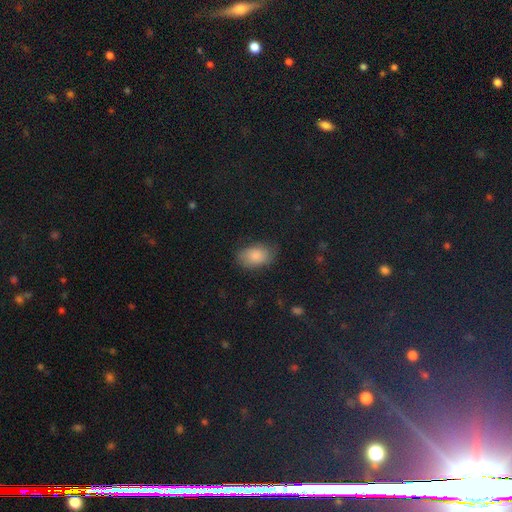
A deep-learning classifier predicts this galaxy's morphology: smooth 81%, featured or disk 11%, star or artifact 8%. Down the decision tree: how rounded — in between (89%); merging — none (73%).